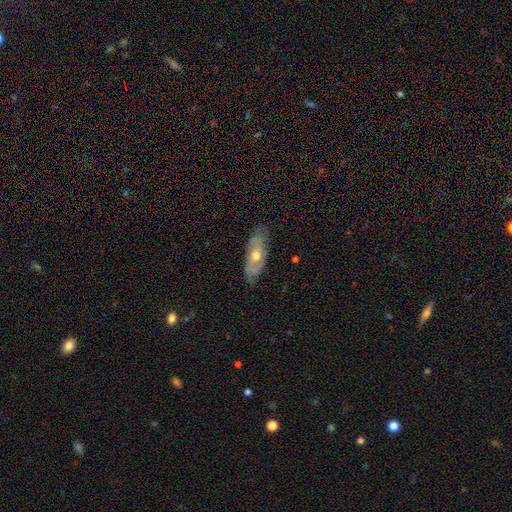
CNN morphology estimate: Overall: featured or disk (61%; smooth 32%). Edge-on disk: no (77%). Merging: none (79%).